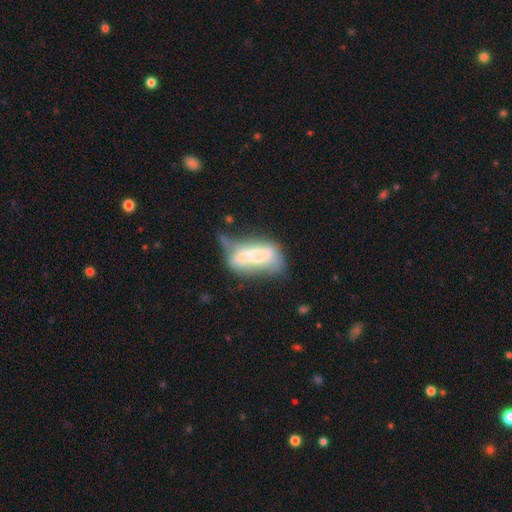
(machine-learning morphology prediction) Smooth or featured? smooth (46%, tied with featured or disk)
Merging? major disturbance (32%)